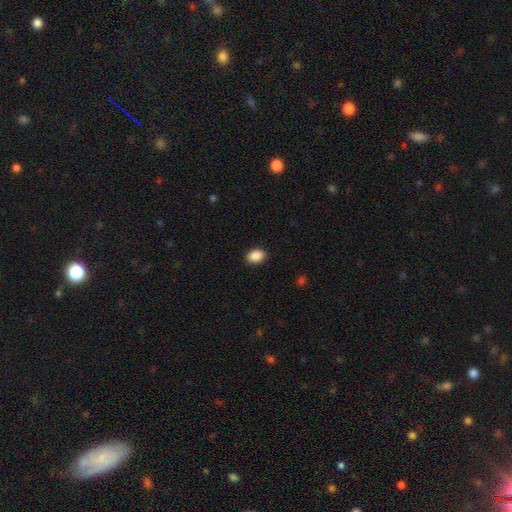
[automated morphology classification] Q: Smooth or featured?
A: smooth (90%); runner-up: star or artifact (8%)
Q: How rounded?
A: in between (83%); runner-up: round (16%)
Q: Merging?
A: none (90%); runner-up: minor disturbance (8%)